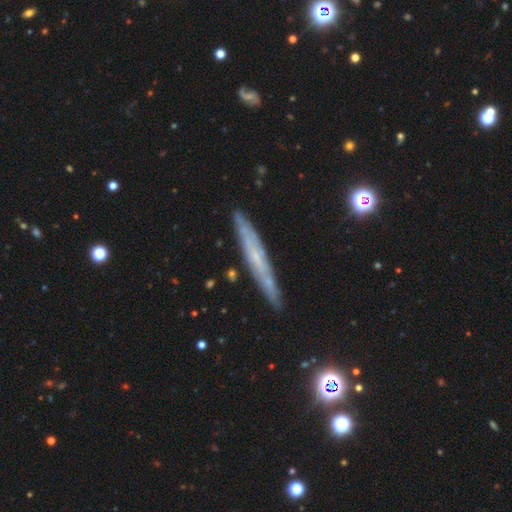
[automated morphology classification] Q: Smooth or featured?
A: featured or disk (58%); runner-up: smooth (34%)
Q: Edge-on disk?
A: yes (84%); runner-up: no (16%)
Q: Merging?
A: none (84%); runner-up: minor disturbance (12%)